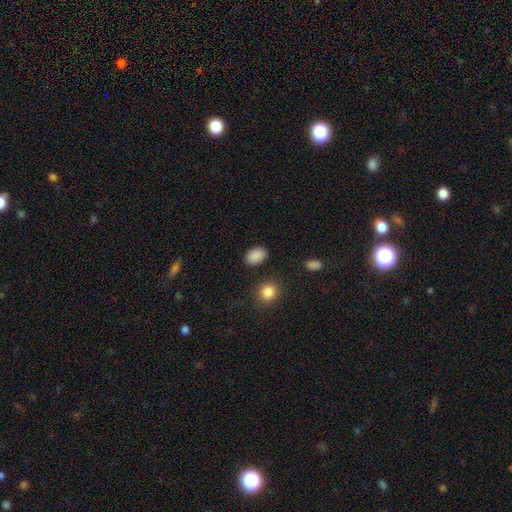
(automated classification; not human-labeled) Smooth or featured?
  - smooth: 88% *
  - star or artifact: 8%
  - featured or disk: 3%
How rounded?
  - in between: 81% *
  - round: 17%
  - cigar-shaped: 1%
Merging?
  - none: 87% *
  - minor disturbance: 9%
  - major disturbance: 3%
  - merger: 2%